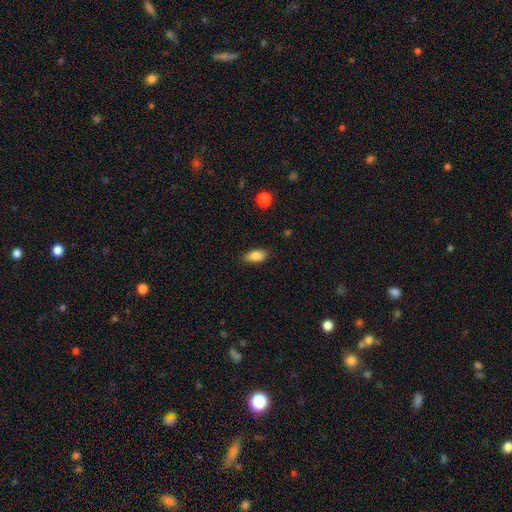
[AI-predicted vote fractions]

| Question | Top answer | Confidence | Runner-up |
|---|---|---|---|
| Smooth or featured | smooth | 85% | star or artifact (8%) |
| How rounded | in between | 89% | cigar-shaped (7%) |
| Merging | none | 82% | minor disturbance (14%) |